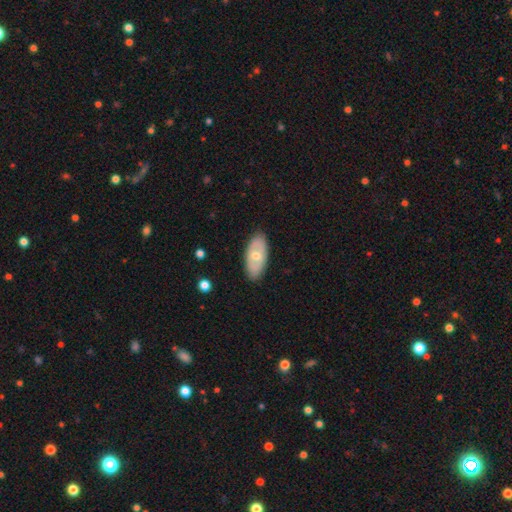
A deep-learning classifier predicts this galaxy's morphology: smooth 48%, featured or disk 46%, star or artifact 6%. Down the decision tree: merging — none (86%).